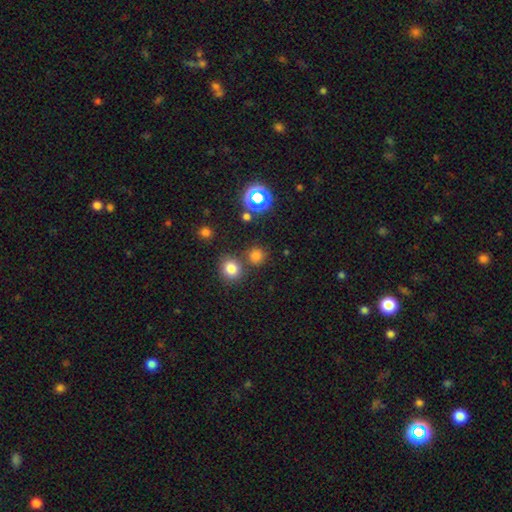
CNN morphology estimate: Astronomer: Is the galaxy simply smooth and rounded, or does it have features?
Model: smooth — 73%.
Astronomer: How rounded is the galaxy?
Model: round — 90%.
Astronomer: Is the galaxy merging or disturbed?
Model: none — 75%.